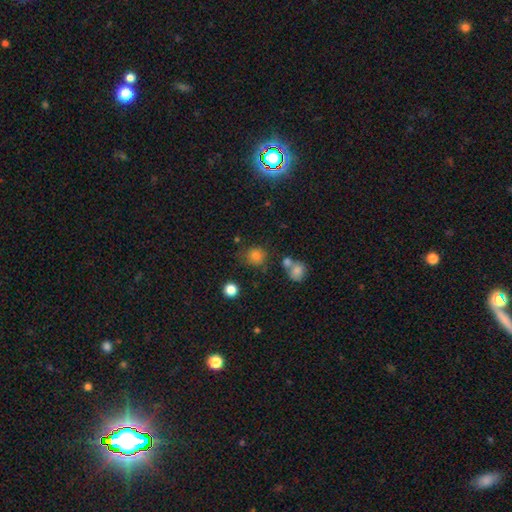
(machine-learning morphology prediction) smooth 75%, star or artifact 18%, featured or disk 7%. Down the decision tree: how rounded — round (84%); merging — none (70%).